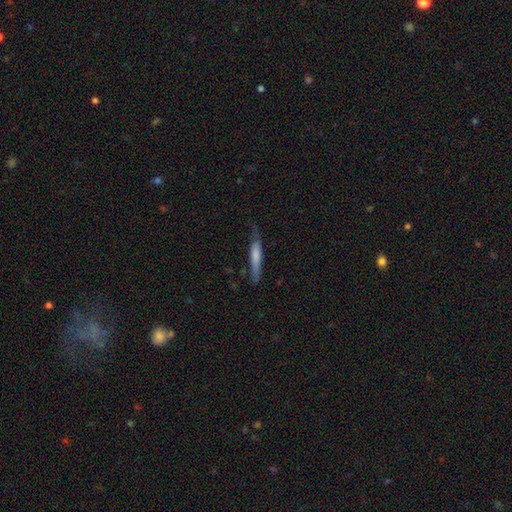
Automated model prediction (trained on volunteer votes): Smooth or featured? Predicted: smooth (p=0.62). How rounded? Predicted: cigar-shaped (p=0.91). Merging? Predicted: none (p=0.65).